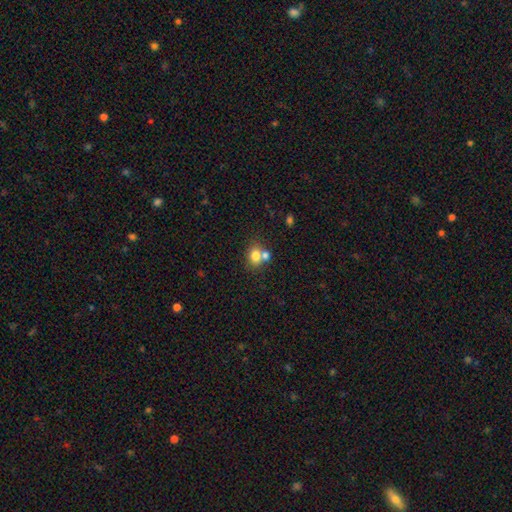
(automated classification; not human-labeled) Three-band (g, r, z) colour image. It shows a smooth galaxy with no disk features (78%) that is round (55%). Merging: none (44%, tied with merger).